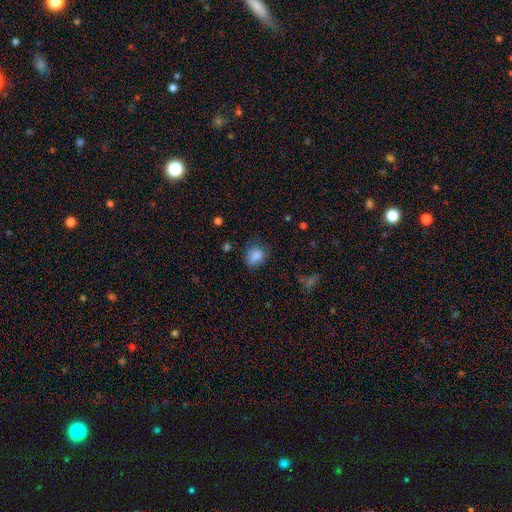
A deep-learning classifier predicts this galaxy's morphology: This appears to be a smooth galaxy with no disk features (84%) that is in between round and cigar-shaped (56%). Merging: none (63%).